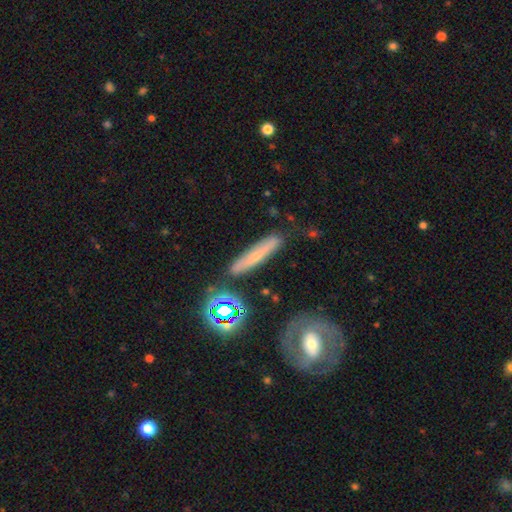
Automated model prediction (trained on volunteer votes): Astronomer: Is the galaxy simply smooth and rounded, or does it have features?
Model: smooth — 51% (runner-up: featured or disk, 38%).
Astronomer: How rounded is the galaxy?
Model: cigar-shaped — 89%.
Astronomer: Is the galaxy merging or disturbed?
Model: none — 82%.